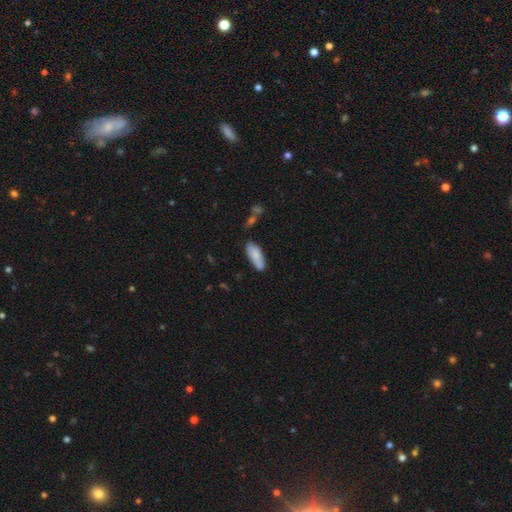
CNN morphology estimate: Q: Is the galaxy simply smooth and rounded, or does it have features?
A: smooth — 82%.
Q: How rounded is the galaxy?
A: in between — 73%.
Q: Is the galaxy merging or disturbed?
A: none — 69%.